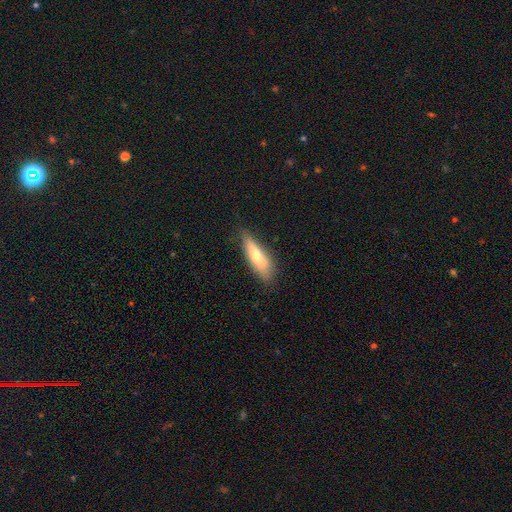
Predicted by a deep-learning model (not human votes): Q: Smooth or featured?
A: smooth (62%); runner-up: featured or disk (32%)
Q: How rounded?
A: cigar-shaped (63%); runner-up: in between (35%)
Q: Merging?
A: none (81%); runner-up: minor disturbance (15%)